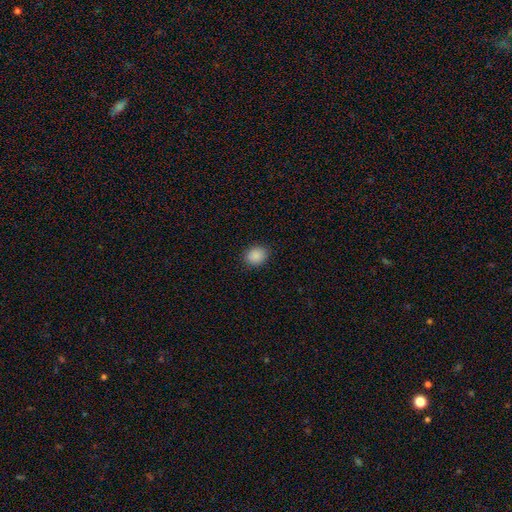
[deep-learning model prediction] smooth-or-featured: smooth: 89% | star or artifact: 9% | featured or disk: 3%
  how-rounded: round: 55% | in between: 44% | cigar-shaped: 1%
  merging: none: 89% | minor disturbance: 7% | major disturbance: 2% | merger: 1%